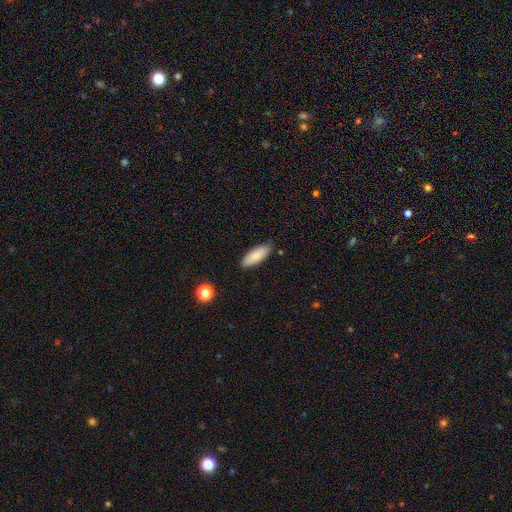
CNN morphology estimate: smooth-or-featured: smooth: 86% | featured or disk: 8% | star or artifact: 7%
  how-rounded: in between: 72% | cigar-shaped: 26% | round: 2%
  merging: none: 83% | minor disturbance: 13% | major disturbance: 2% | merger: 2%